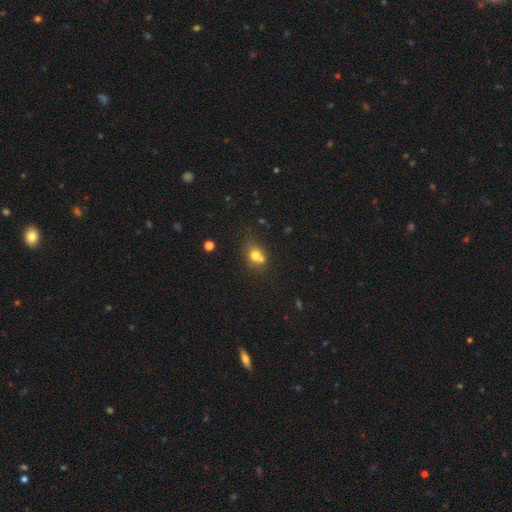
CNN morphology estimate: smooth_or_featured: smooth (p=0.70) [alt: featured or disk p=0.16]
how_rounded: round (p=0.59) [alt: in between p=0.40]
merging: merger (p=0.43) [alt: none p=0.38]